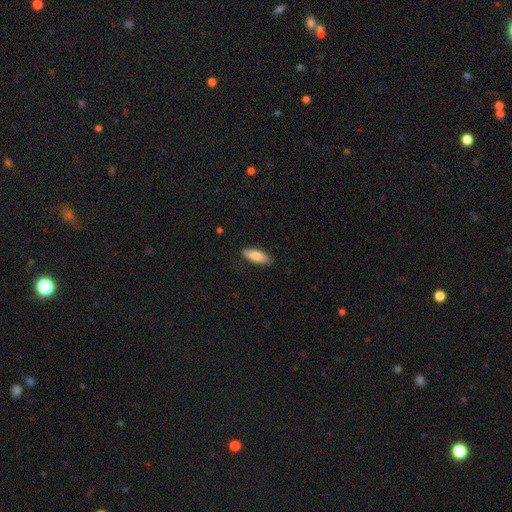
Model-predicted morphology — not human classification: A smooth galaxy with no disk features (78%) that is in between round and cigar-shaped (61%). Merging: none (85%).